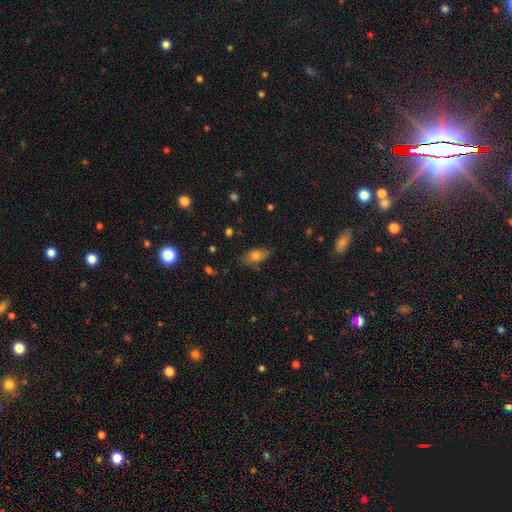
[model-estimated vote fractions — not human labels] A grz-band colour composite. It shows a smooth galaxy with no disk features (73%) that is in between round and cigar-shaped (89%). Merging: none (73%).